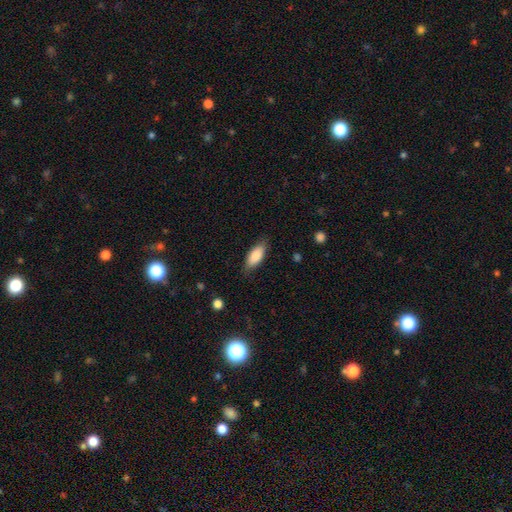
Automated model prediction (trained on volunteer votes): Smooth or featured? smooth (84%)
How rounded? in between (82%)
Merging? none (81%)